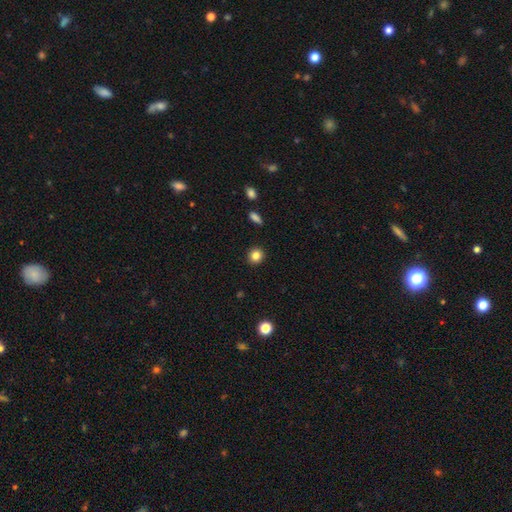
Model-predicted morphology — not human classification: smooth_or_featured: smooth (p=0.85) [alt: star or artifact p=0.11]
how_rounded: round (p=0.89) [alt: in between p=0.10]
merging: none (p=0.92) [alt: minor disturbance p=0.05]